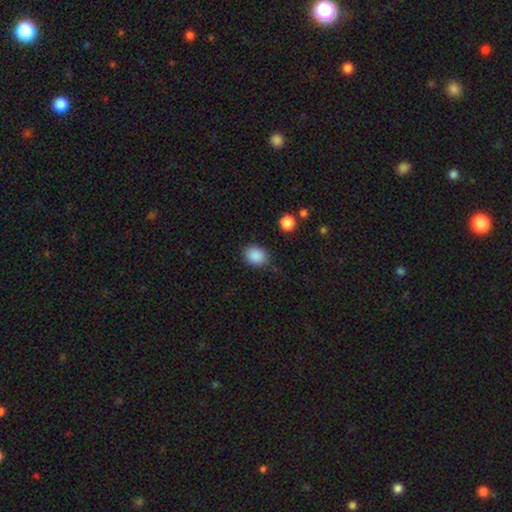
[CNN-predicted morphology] This appears to be a smooth galaxy with no disk features (88%) that is in between round and cigar-shaped (61%). Merging: none (82%).